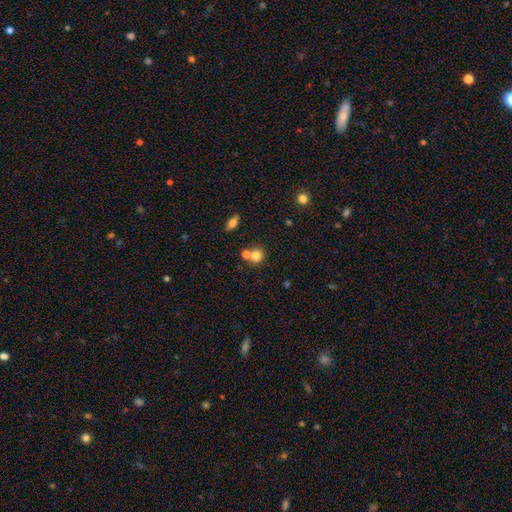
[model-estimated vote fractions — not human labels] smooth 78%, star or artifact 12%, featured or disk 10%. Down the decision tree: how rounded — round (79%); merging — none (51%).